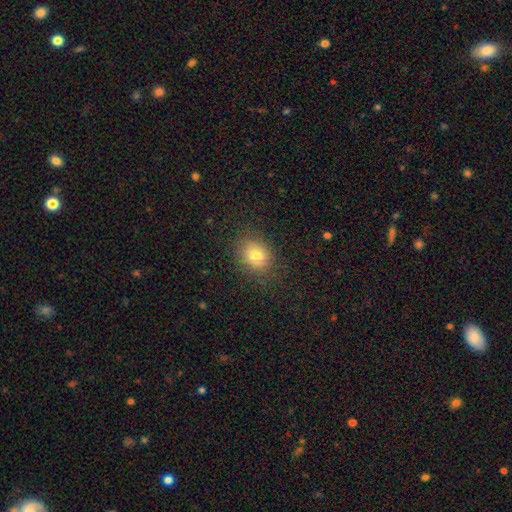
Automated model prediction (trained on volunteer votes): This appears to be a smooth galaxy with no disk features (79%) that is round (53%). Merging: none (85%).